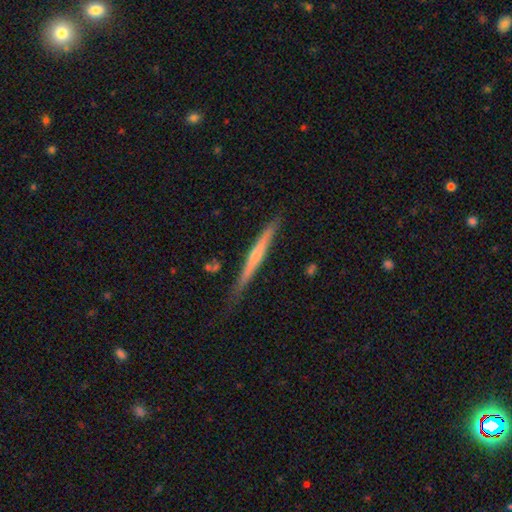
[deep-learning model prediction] Q: Smooth or featured?
A: featured or disk (60%); runner-up: smooth (34%)
Q: Edge-on disk?
A: yes (97%); runner-up: no (3%)
Q: Edge-on bulge?
A: rounded (53%); runner-up: none (43%)
Q: Merging?
A: none (81%); runner-up: minor disturbance (14%)